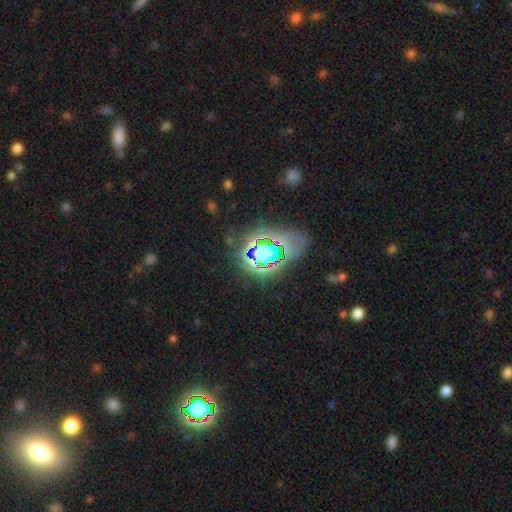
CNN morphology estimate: Overall: star or artifact (75%).